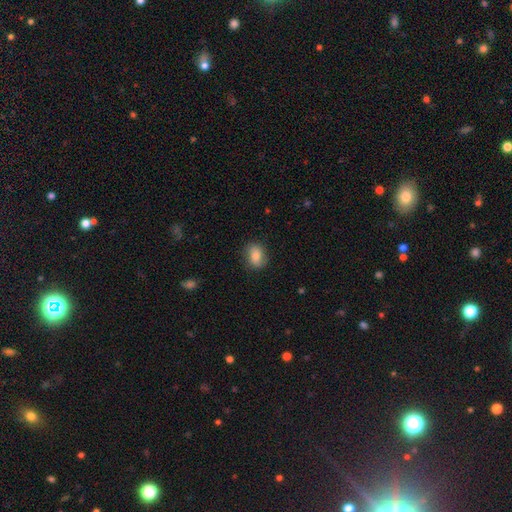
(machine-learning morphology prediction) A smooth galaxy with no disk features (82%) that is in between round and cigar-shaped (70%).

Vote fractions:
- Smooth or featured? smooth: 82% / featured or disk: 10% / star or artifact: 8%
- How rounded? in between: 70% / round: 28% / cigar-shaped: 2%
- Merging? none: 81% / minor disturbance: 14% / major disturbance: 4% / merger: 1%